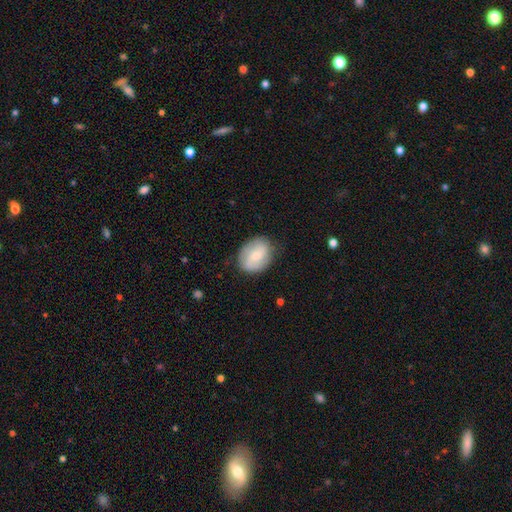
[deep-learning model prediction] Smooth or featured? Predicted: smooth (p=0.51). How rounded? Predicted: in between (p=0.65). Merging? Predicted: none (p=0.78).